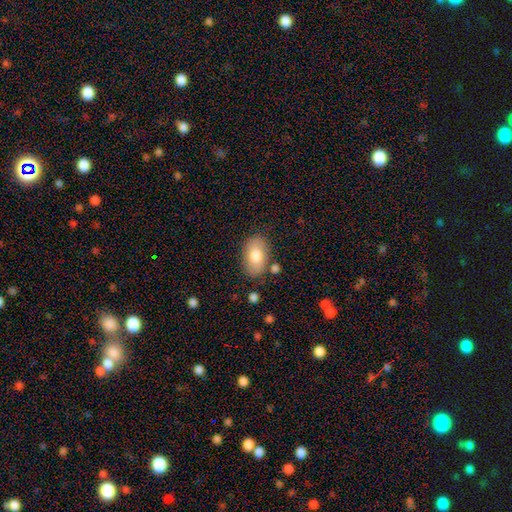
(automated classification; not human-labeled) Smooth or featured: smooth — 77% (featured or disk — 16%)
How rounded: in between — 90% (round — 9%)
Merging: none — 78% (minor disturbance — 14%)